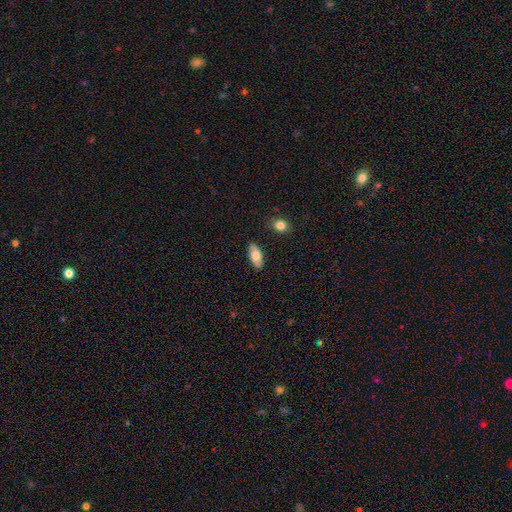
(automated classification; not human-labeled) Smooth or featured: smooth — 71% (featured or disk — 22%)
How rounded: in between — 88% (cigar-shaped — 10%)
Merging: none — 86% (minor disturbance — 11%)